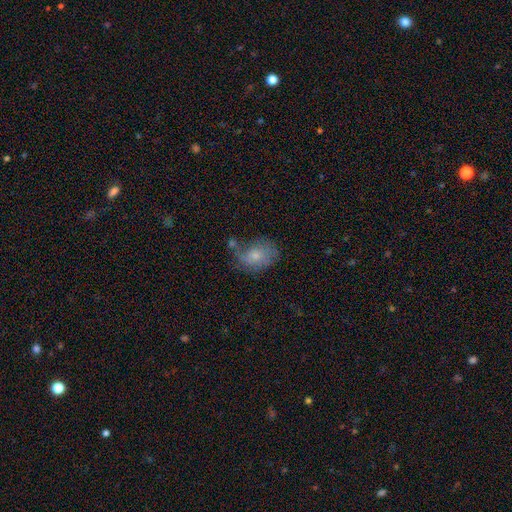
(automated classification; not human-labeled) smooth 60%, featured or disk 31%, star or artifact 9%. Down the decision tree: how rounded — in between (66%); merging — none (43%).